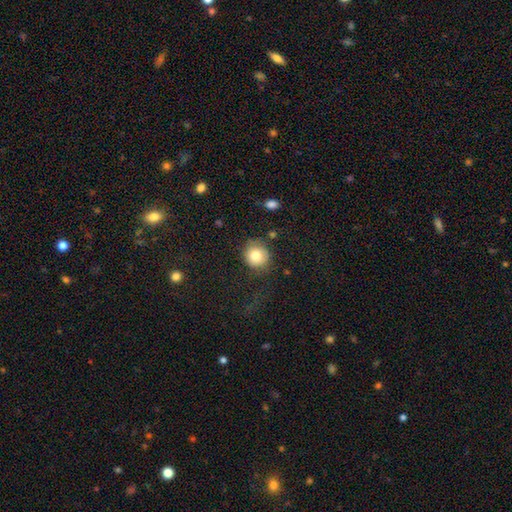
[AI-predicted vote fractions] smooth 81%, featured or disk 10%, star or artifact 9%. Down the decision tree: how rounded — round (88%); merging — none (75%).